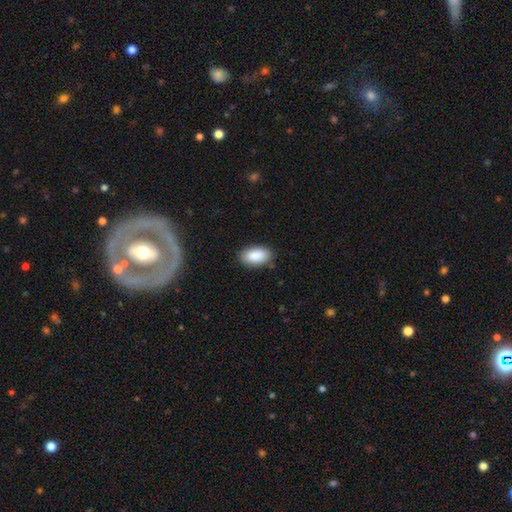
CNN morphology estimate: smooth-or-featured: smooth: 89% | star or artifact: 7% | featured or disk: 4%
  how-rounded: in between: 94% | round: 4% | cigar-shaped: 2%
  merging: none: 86% | minor disturbance: 10% | major disturbance: 2% | merger: 1%